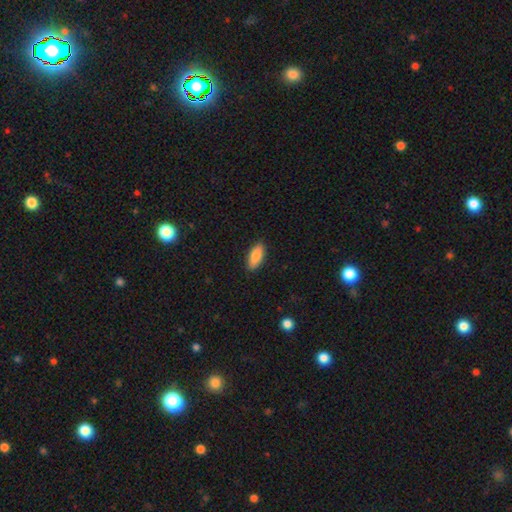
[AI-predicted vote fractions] This appears to be a smooth galaxy with no disk features (86%) that is in between round and cigar-shaped (83%). Merging: none (88%).